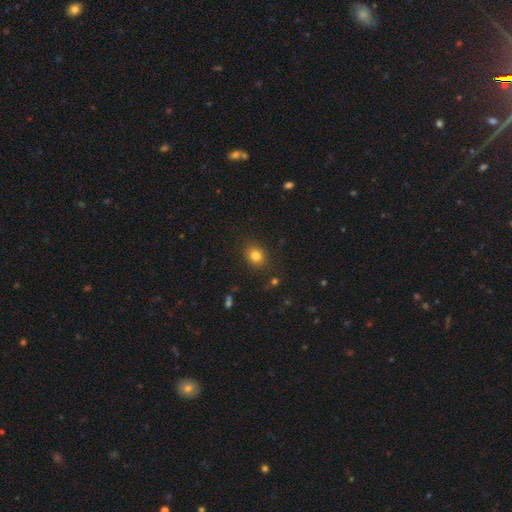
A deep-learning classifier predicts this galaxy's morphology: Smooth or featured? Predicted: smooth (p=0.81). How rounded? Predicted: round (p=0.66). Merging? Predicted: none (p=0.85).